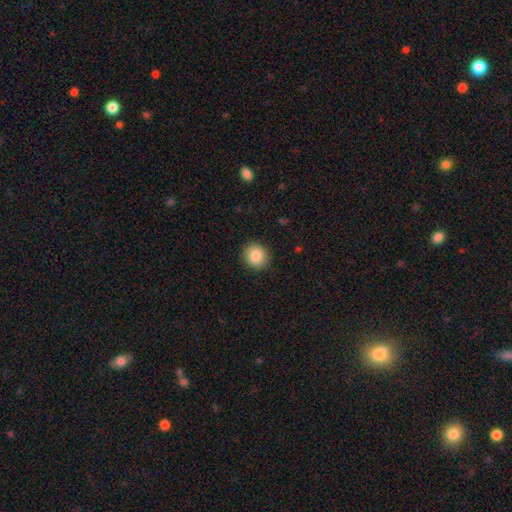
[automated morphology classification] A smooth galaxy with no disk features (86%) that is round (85%). Merging: none (90%).